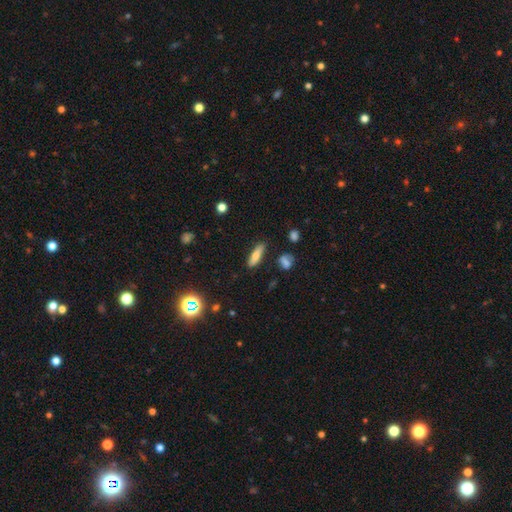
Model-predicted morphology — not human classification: This appears to be a smooth galaxy with no disk features (64%) that is cigar-shaped (59%). Merging: none (83%).